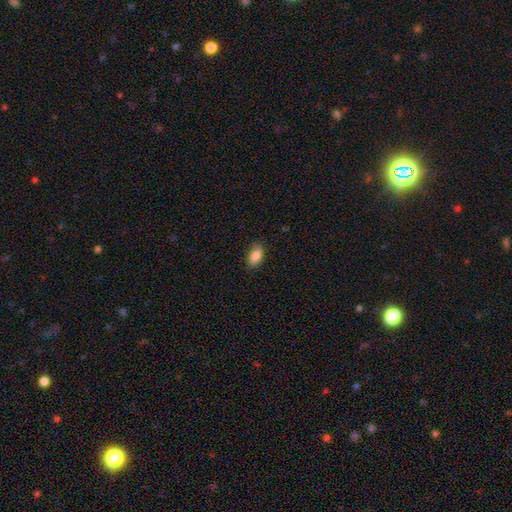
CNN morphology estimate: A smooth galaxy with no disk features (85%) that is in between round and cigar-shaped (89%). Merging: none (82%).